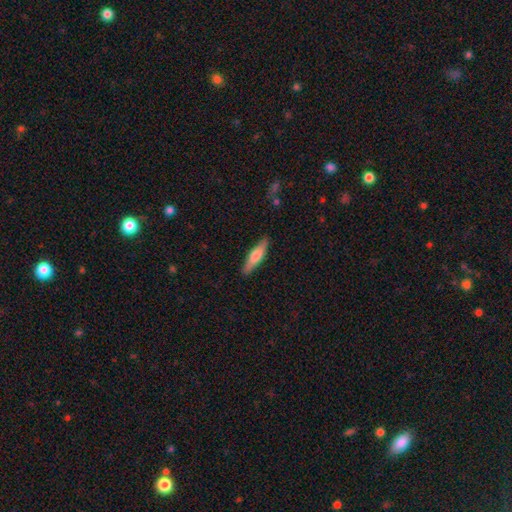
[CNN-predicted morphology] Smooth or featured? smooth (64%)
How rounded? cigar-shaped (76%)
Merging? none (87%)